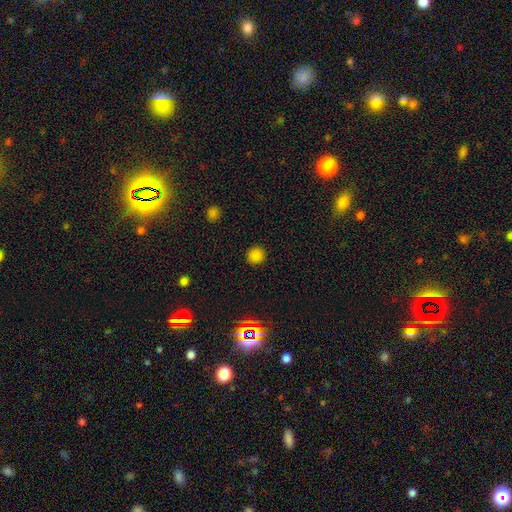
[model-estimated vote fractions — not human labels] smooth_or_featured: smooth (p=0.81) [alt: star or artifact p=0.16]
how_rounded: round (p=0.93) [alt: in between p=0.06]
merging: none (p=0.91) [alt: minor disturbance p=0.06]